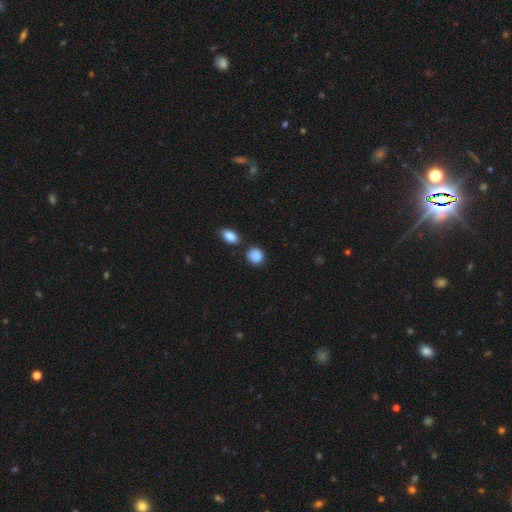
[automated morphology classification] Smooth or featured? smooth (88%)
How rounded? round (71%)
Merging? none (71%)